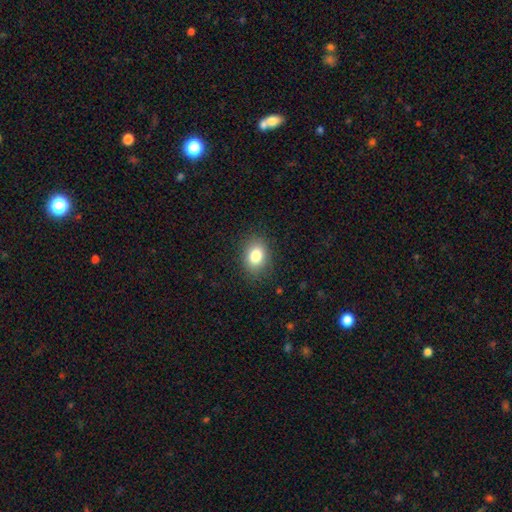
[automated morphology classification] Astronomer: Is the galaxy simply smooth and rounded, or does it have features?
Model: smooth — 83%.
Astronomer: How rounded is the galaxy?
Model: in between — 66%.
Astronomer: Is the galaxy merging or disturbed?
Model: none — 86%.